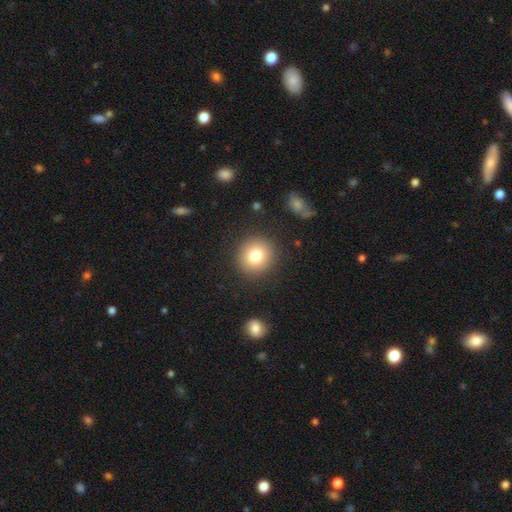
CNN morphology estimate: Smooth or featured?
  - smooth: 79% *
  - star or artifact: 11%
  - featured or disk: 10%
How rounded?
  - round: 90% *
  - in between: 9%
  - cigar-shaped: 1%
Merging?
  - none: 89% *
  - minor disturbance: 7%
  - major disturbance: 3%
  - merger: 2%